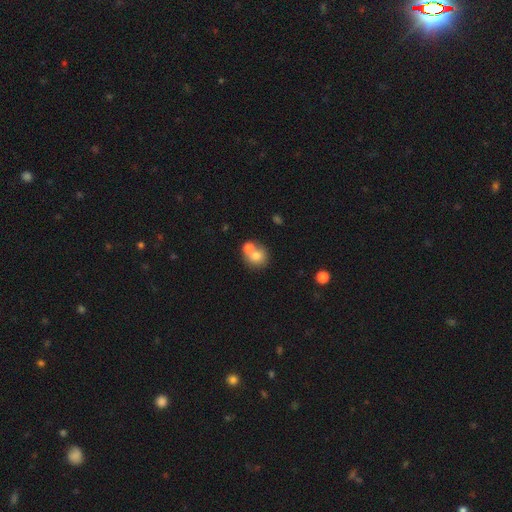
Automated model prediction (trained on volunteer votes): Q: Smooth or featured?
A: smooth (74%); runner-up: featured or disk (16%)
Q: How rounded?
A: round (80%); runner-up: in between (19%)
Q: Merging?
A: merger (48%); runner-up: none (41%)